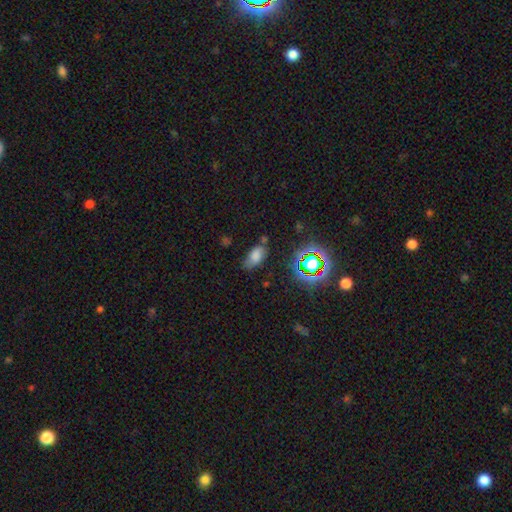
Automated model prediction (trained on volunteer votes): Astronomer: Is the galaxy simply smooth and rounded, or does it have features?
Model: smooth — 70%.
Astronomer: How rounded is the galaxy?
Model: in between — 89%.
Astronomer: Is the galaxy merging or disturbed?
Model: none — 63%.